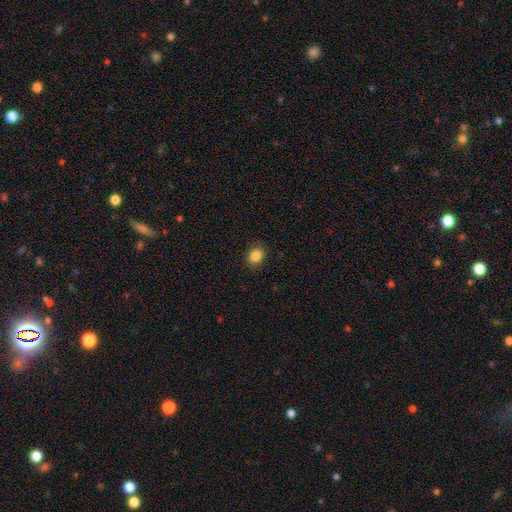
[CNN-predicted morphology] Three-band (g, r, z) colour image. It shows a smooth galaxy with no disk features (86%) that is round (51%). Merging: none (89%).